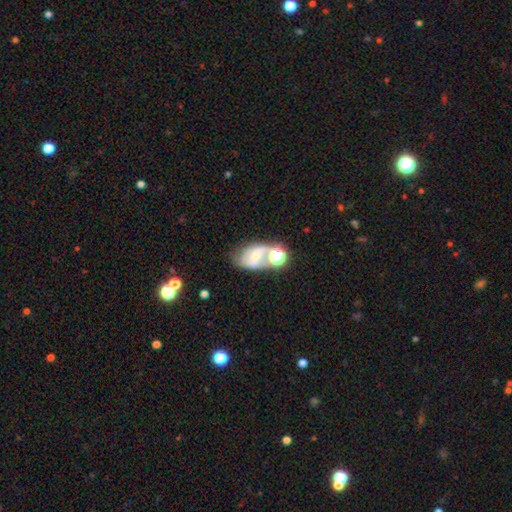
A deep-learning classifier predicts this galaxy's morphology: featured or disk 49%, smooth 37%, star or artifact 14%. Down the decision tree: merging — merger (33%, tied with none).